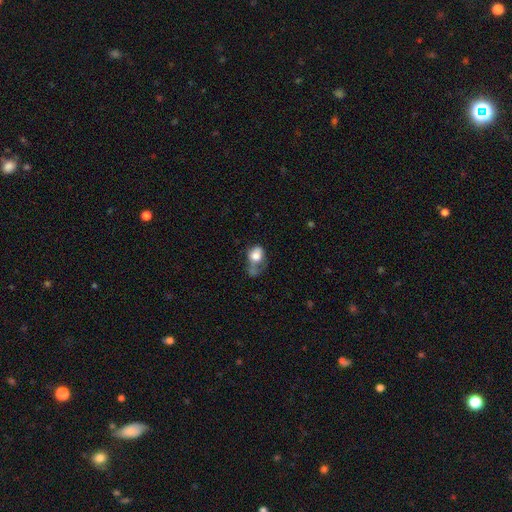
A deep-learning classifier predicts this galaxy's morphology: This appears to be a smooth galaxy with no disk features (66%) that is in between round and cigar-shaped (65%). Merging: major disturbance (51%).